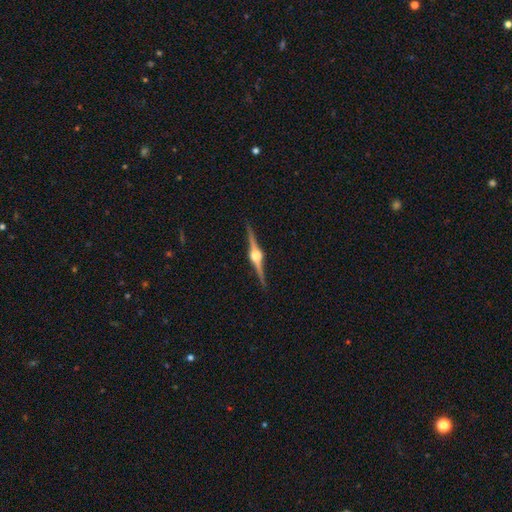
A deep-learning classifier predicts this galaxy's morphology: This appears to be a featured or disk galaxy (90%) viewed edge-on (99%) with a rounded central bulge (95%). Merging: none (92%).